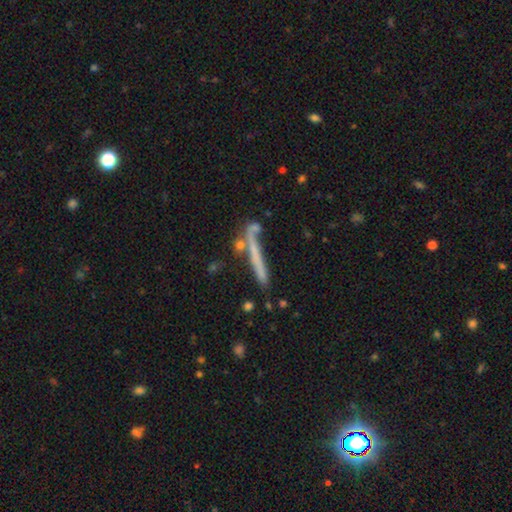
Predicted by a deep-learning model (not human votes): Overall: smooth (47%; featured or disk 42%). Merging: none (71%).